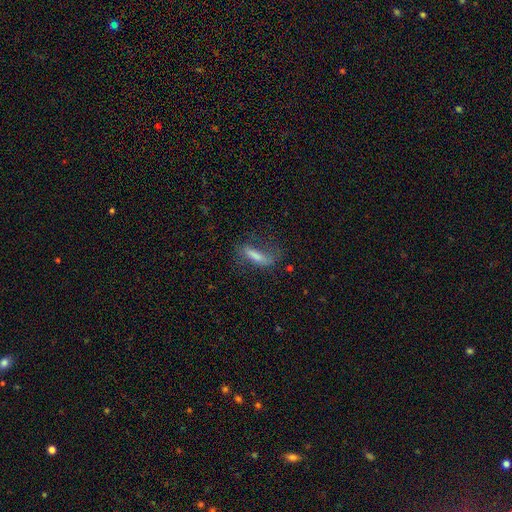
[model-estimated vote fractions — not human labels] Smooth or featured? smooth (48%)
Merging? none (56%)